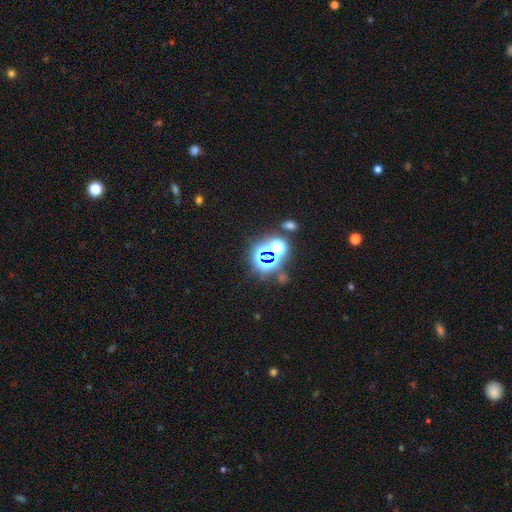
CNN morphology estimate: Overall: star or artifact (73%).